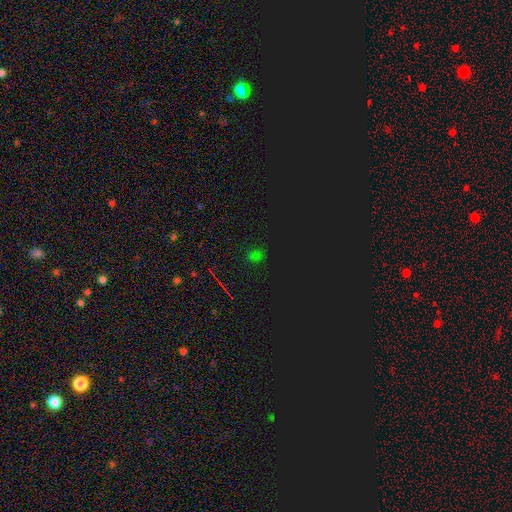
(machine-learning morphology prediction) star or artifact 58%, smooth 36%, featured or disk 6%.